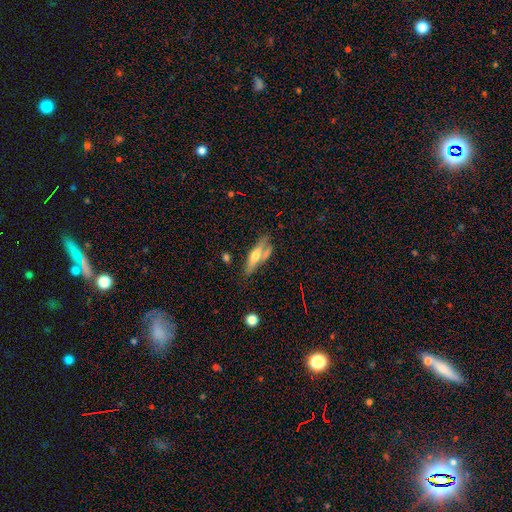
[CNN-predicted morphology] The model was most divided on "smooth or featured": smooth: 51%, featured or disk: 43%, star or artifact: 7%. More confident: how rounded — cigar-shaped (61%); merging — none (53%).